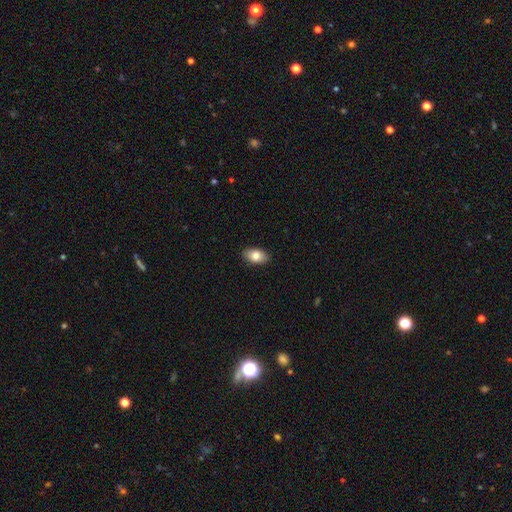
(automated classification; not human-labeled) Smooth or featured? Predicted: smooth (p=0.84). How rounded? Predicted: in between (p=0.92). Merging? Predicted: none (p=0.89).